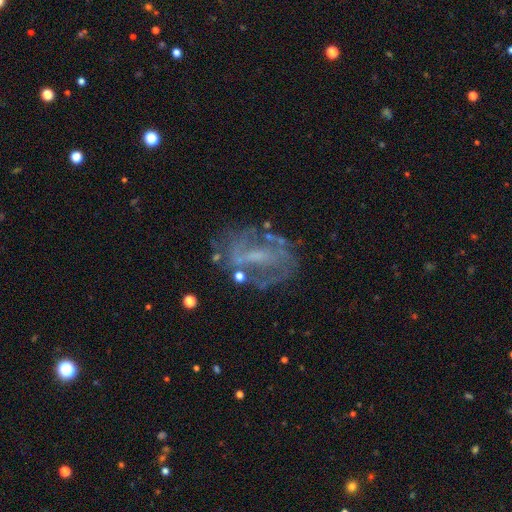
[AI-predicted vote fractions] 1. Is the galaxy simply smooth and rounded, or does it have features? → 74% featured or disk, 14% smooth, 12% star or artifact.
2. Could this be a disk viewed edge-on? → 95% no, 5% yes.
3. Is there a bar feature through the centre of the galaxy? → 43% weak, 30% strong, 27% no.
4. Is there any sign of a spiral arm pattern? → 65% yes, 35% no.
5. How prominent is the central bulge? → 44% small, 32% none, 21% moderate, 2% large, 1% dominant.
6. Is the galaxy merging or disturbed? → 64% none, 18% minor disturbance, 15% major disturbance, 4% merger.